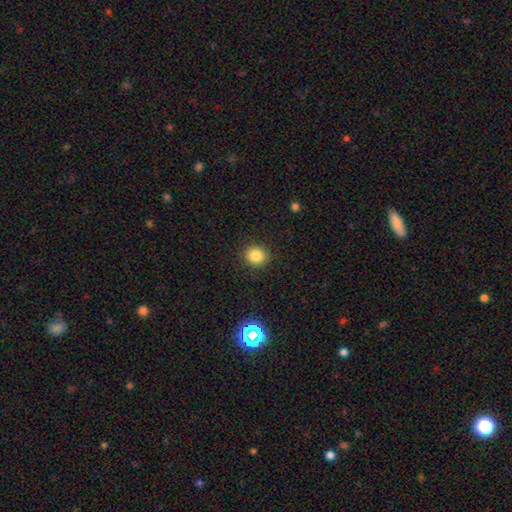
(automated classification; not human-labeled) Smooth or featured? Predicted: smooth (p=0.82). How rounded? Predicted: round (p=0.84). Merging? Predicted: none (p=0.90).